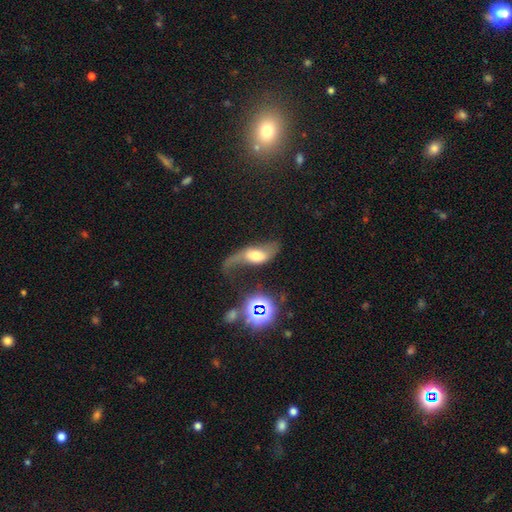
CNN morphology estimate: Smooth or featured? Predicted: featured or disk (p=0.57). Edge-on disk? Predicted: no (p=0.89). Bar? Predicted: no (p=0.56). Spiral arms? Predicted: yes (p=0.79). Bulge size? Predicted: moderate (p=0.58). Merging? Predicted: major disturbance (p=0.38).